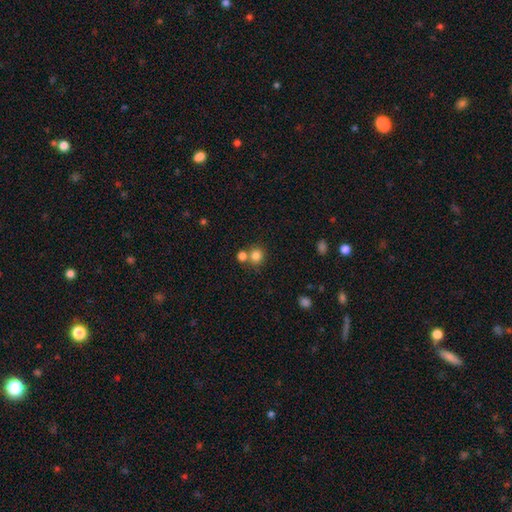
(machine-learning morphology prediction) smooth 81%, star or artifact 12%, featured or disk 7%. Down the decision tree: how rounded — round (89%); merging — none (60%).